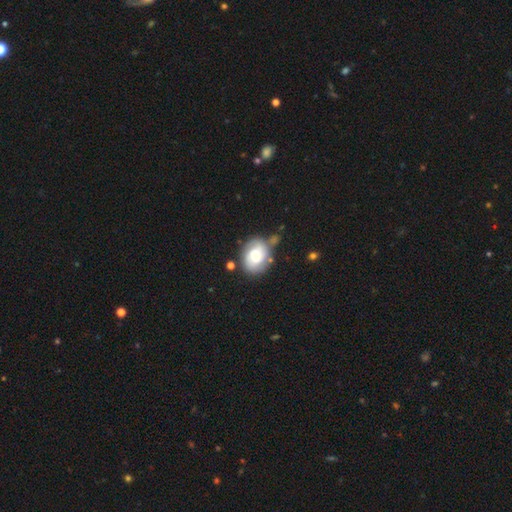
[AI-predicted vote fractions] This is possibly a featured or disk galaxy (48%). Merging: likely none (64%).